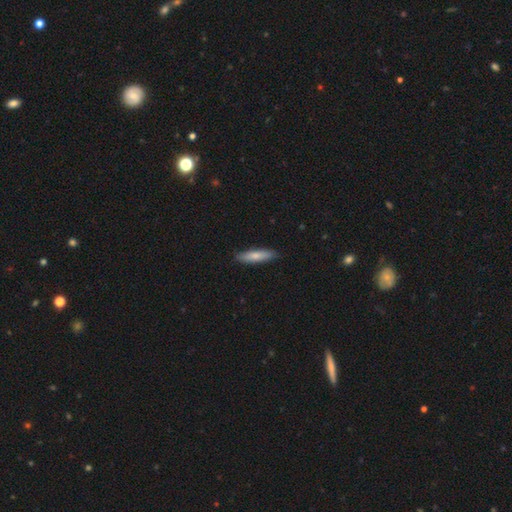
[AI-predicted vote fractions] smooth-or-featured: smooth: 77% | featured or disk: 18% | star or artifact: 5%
  how-rounded: cigar-shaped: 75% | in between: 24% | round: 2%
  merging: none: 86% | minor disturbance: 11% | major disturbance: 2% | merger: 1%